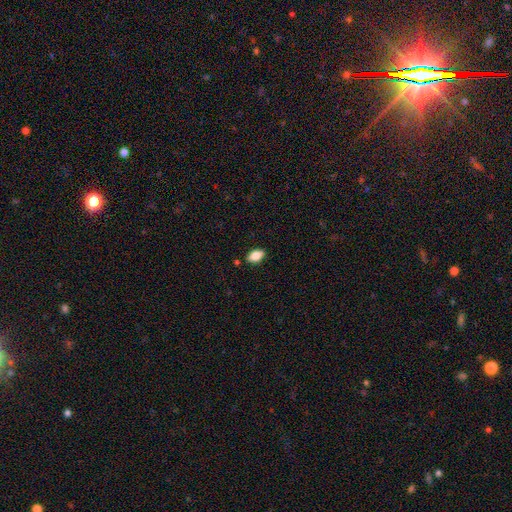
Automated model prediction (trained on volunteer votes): Smooth or featured?
  - smooth: 84% *
  - featured or disk: 9%
  - star or artifact: 8%
How rounded?
  - in between: 91% *
  - round: 6%
  - cigar-shaped: 3%
Merging?
  - none: 87% *
  - minor disturbance: 9%
  - major disturbance: 2%
  - merger: 2%